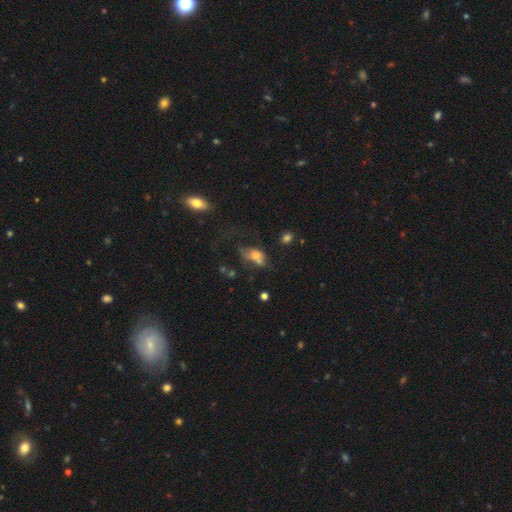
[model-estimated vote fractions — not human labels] A smooth galaxy with no disk features (59%) that is in between round and cigar-shaped (74%). Merging: merger (28%).